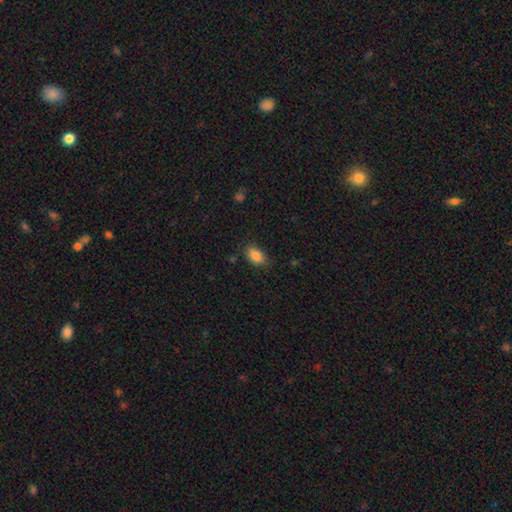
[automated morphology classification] Smooth or featured?
  - smooth: 85% *
  - star or artifact: 8%
  - featured or disk: 7%
How rounded?
  - in between: 90% *
  - round: 6%
  - cigar-shaped: 3%
Merging?
  - none: 81% *
  - minor disturbance: 14%
  - major disturbance: 3%
  - merger: 1%